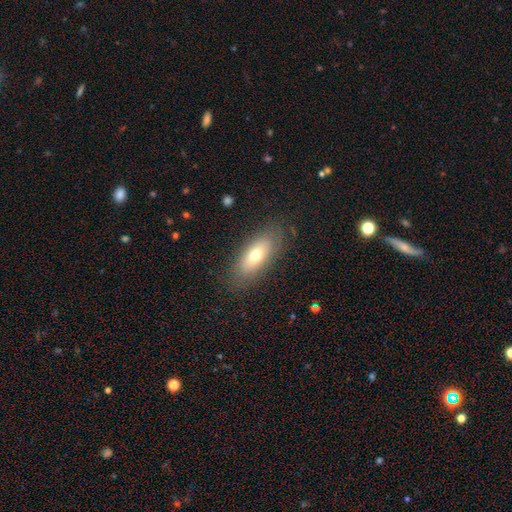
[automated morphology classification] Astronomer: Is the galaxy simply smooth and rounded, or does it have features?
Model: smooth — 67%.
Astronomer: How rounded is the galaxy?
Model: in between — 79%.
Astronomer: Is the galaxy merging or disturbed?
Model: none — 81%.